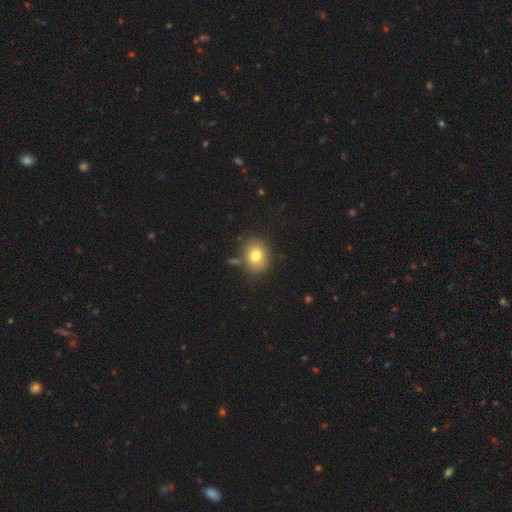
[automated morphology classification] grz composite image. It shows a smooth galaxy with no disk features (79%) that is round (54%). Merging: none (79%).